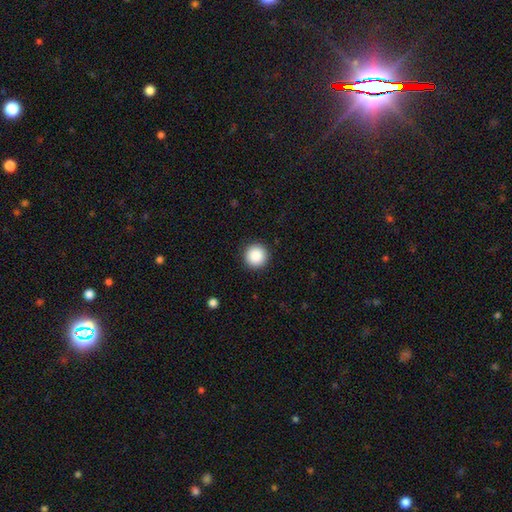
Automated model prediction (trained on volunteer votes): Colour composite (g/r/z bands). It shows a smooth galaxy with no disk features (88%) that is round (96%). Merging: none (93%).